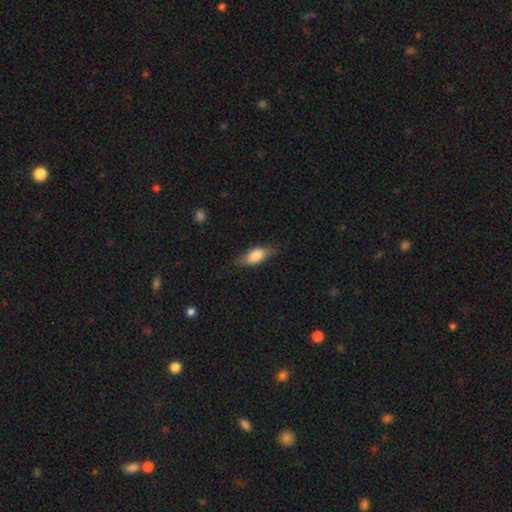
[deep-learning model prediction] smooth-or-featured: smooth: 78% | featured or disk: 15% | star or artifact: 7%
  how-rounded: in between: 80% | cigar-shaped: 16% | round: 4%
  merging: none: 76% | minor disturbance: 18% | major disturbance: 5% | merger: 1%